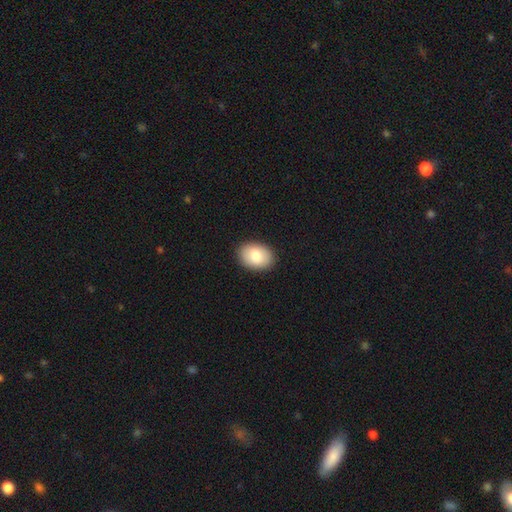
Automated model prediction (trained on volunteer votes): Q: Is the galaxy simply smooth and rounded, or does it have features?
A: smooth — 81%.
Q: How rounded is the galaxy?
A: in between — 81%.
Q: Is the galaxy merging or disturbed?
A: none — 90%.